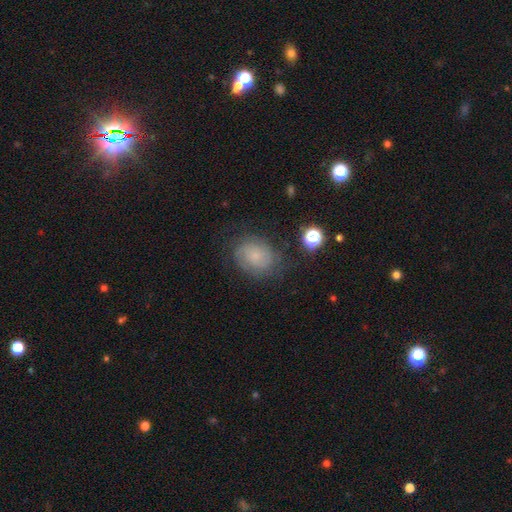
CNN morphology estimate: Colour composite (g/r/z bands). It shows a smooth galaxy with no disk features (48%). Merging: none (71%).